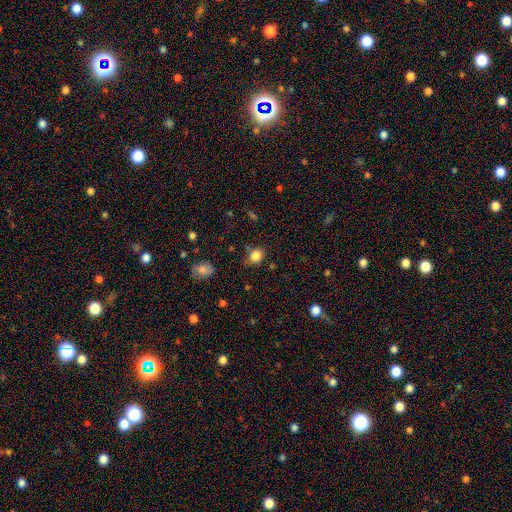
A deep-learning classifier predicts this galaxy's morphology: Overall: smooth (84%). How rounded: round (61%; in between 38%). Merging: none (75%).